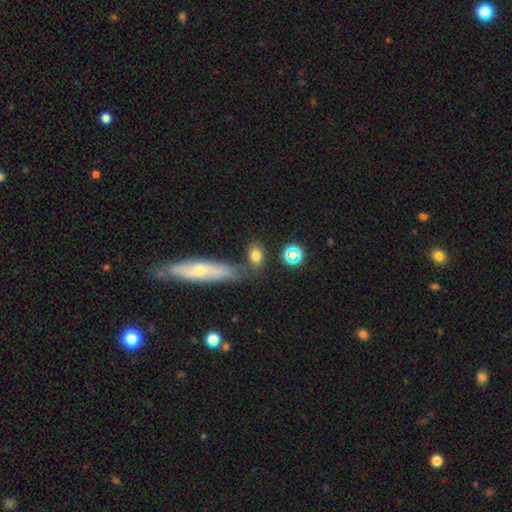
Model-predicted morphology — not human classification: Smooth or featured? smooth (76%)
How rounded? in between (74%)
Merging? none (69%)